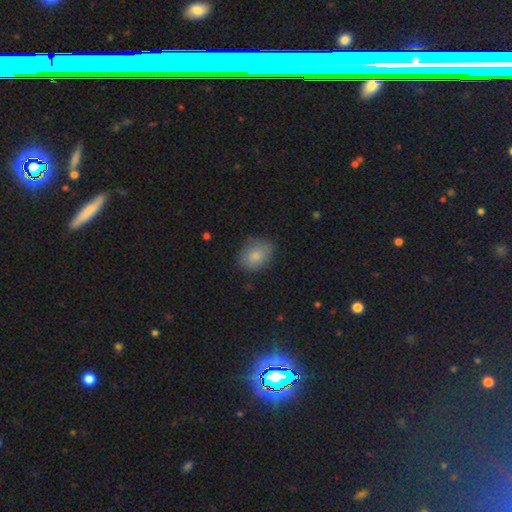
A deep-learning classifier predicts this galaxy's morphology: Overall: smooth (82%). How rounded: in between (62%; round 37%). Merging: none (76%).